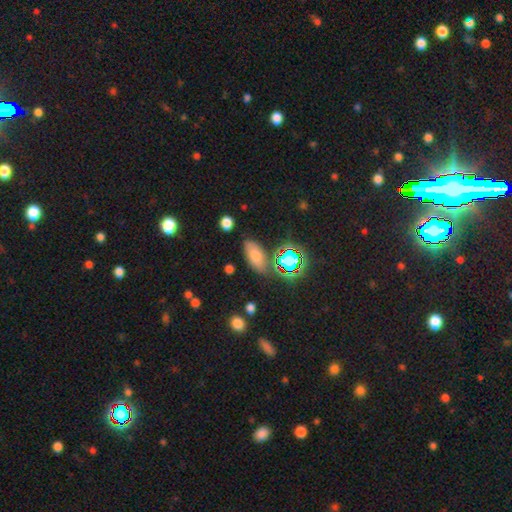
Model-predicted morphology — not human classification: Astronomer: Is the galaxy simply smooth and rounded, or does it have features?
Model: smooth — 61%.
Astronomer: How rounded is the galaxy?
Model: in between — 82%.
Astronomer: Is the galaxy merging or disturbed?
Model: none — 77%.